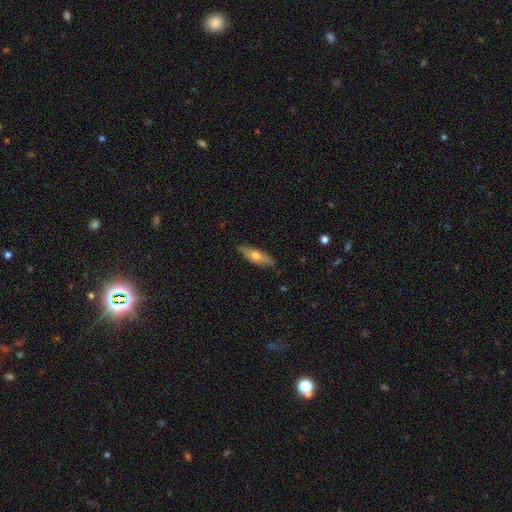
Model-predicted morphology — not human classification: type=smooth (58%); roundness=in between (55%); merging=none (84%).